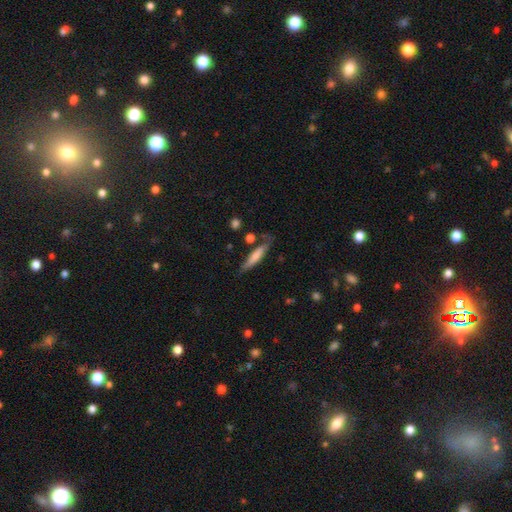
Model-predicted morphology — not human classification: A smooth galaxy with no disk features (64%) that is cigar-shaped (85%).

Vote fractions:
- Smooth or featured? smooth: 64% / featured or disk: 30% / star or artifact: 6%
- How rounded? cigar-shaped: 85% / in between: 13% / round: 2%
- Merging? none: 66% / minor disturbance: 22% / major disturbance: 7% / merger: 5%